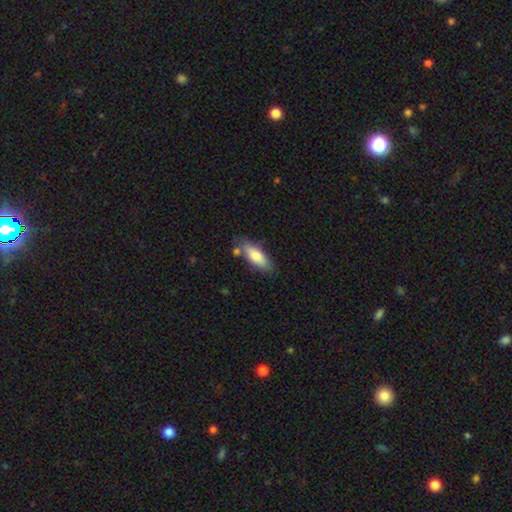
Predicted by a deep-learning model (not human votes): smooth-or-featured: smooth: 76% | featured or disk: 18% | star or artifact: 6%
  how-rounded: in between: 65% | cigar-shaped: 33% | round: 2%
  merging: none: 70% | minor disturbance: 17% | merger: 9% | major disturbance: 4%